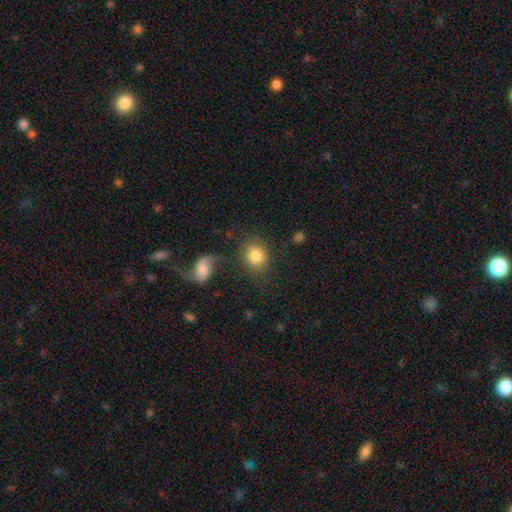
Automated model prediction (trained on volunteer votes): Morphology: type=smooth (83%); roundness=round (65%); merging=none (73%).